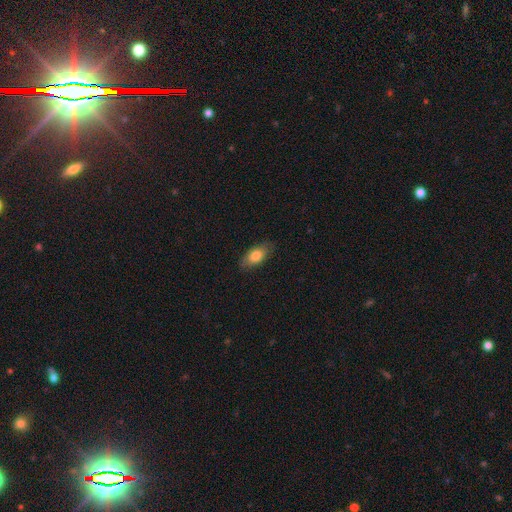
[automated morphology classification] smooth 80%, featured or disk 14%, star or artifact 7%. Down the decision tree: how rounded — in between (88%); merging — none (82%).